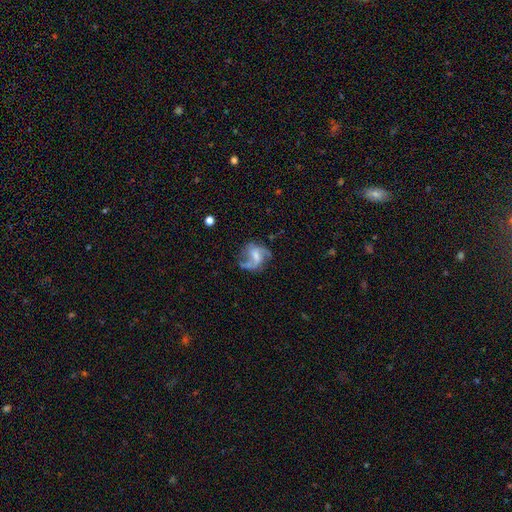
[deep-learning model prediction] Overall: featured or disk (73%). Edge-on disk: no (97%). Bar: weak (48%; no 31%). Spiral arms: yes (84%). Spiral arm count: 2 (65%). Spiral winding: loose (52%; medium 38%). Bulge size: small (37%, tied with moderate). Merging: none (48%; major disturbance 23%).